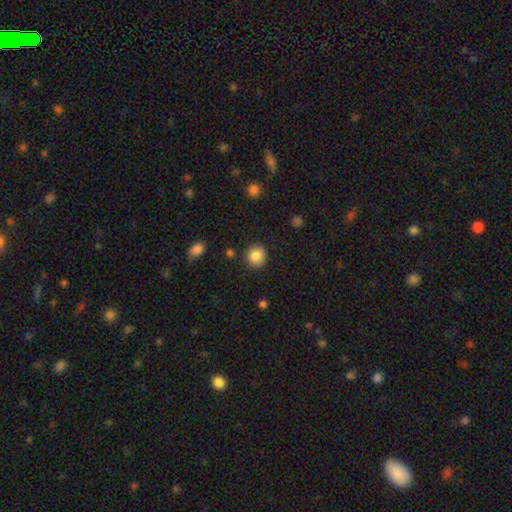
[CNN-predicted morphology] smooth 86%, star or artifact 9%, featured or disk 4%. Down the decision tree: how rounded — round (90%); merging — none (89%).